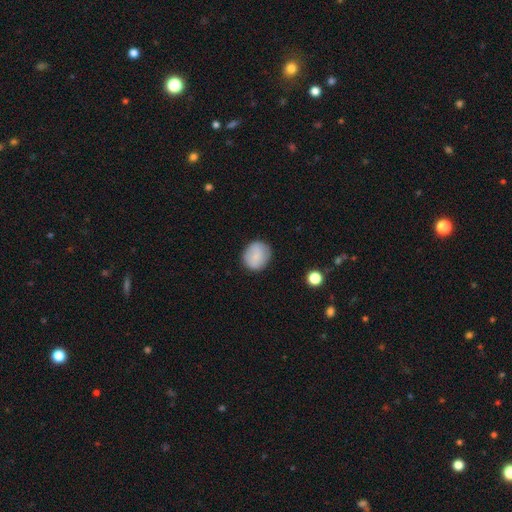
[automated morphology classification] Q: Smooth or featured?
A: smooth (80%); runner-up: featured or disk (13%)
Q: How rounded?
A: round (77%); runner-up: in between (22%)
Q: Merging?
A: none (85%); runner-up: minor disturbance (11%)